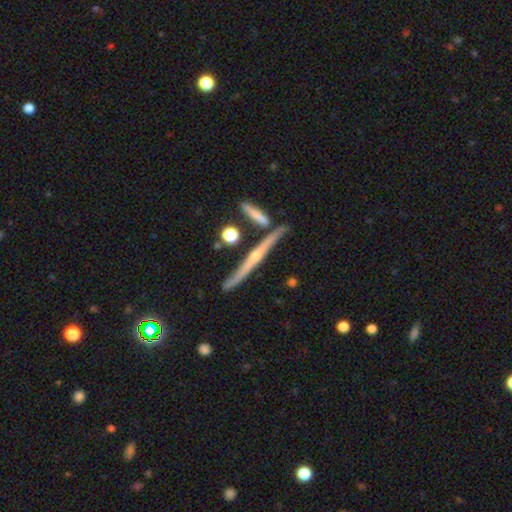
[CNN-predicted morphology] Smooth or featured: featured or disk — 80% (smooth — 13%)
Edge-on disk: yes — 97% (no — 3%)
Edge-on bulge: rounded — 81% (none — 14%)
Merging: none — 82% (minor disturbance — 9%)